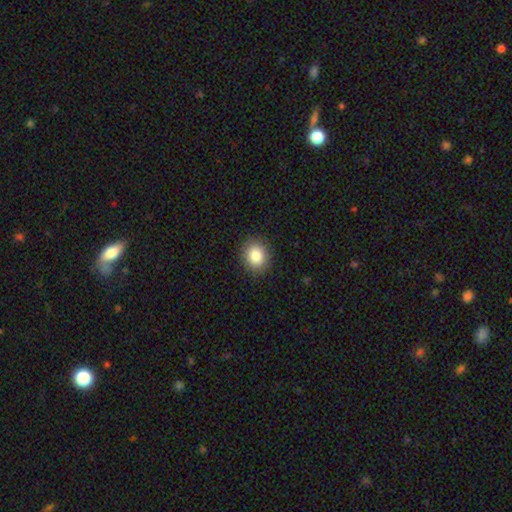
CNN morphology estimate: smooth-or-featured: smooth: 85% | star or artifact: 9% | featured or disk: 6%
  how-rounded: round: 68% | in between: 31% | cigar-shaped: 1%
  merging: none: 90% | minor disturbance: 7% | major disturbance: 2% | merger: 1%